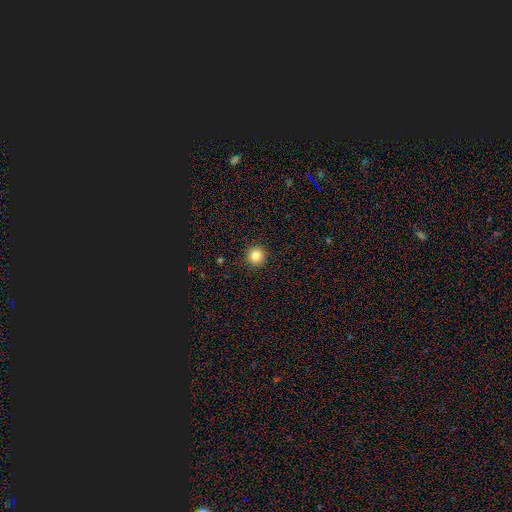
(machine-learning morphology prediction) A smooth galaxy with no disk features (84%) that is round (95%).

Vote fractions:
- Smooth or featured? smooth: 84% / star or artifact: 11% / featured or disk: 5%
- How rounded? round: 95% / in between: 4% / cigar-shaped: 1%
- Merging? none: 93% / minor disturbance: 5% / major disturbance: 2% / merger: 1%